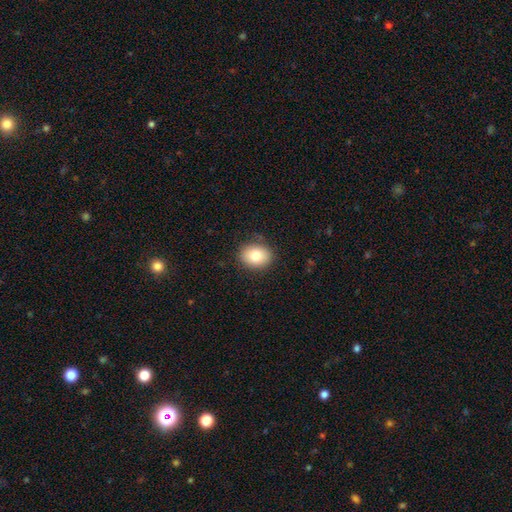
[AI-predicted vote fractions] Overall: smooth (80%). How rounded: in between (50%; round 49%). Merging: none (86%).